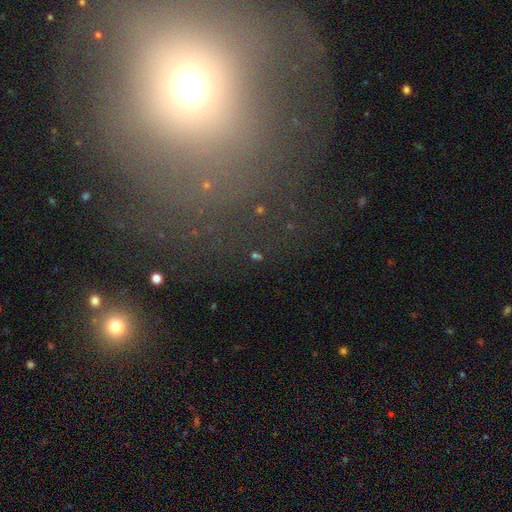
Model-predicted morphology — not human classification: smooth_or_featured: star or artifact (p=0.55) [alt: smooth p=0.28]